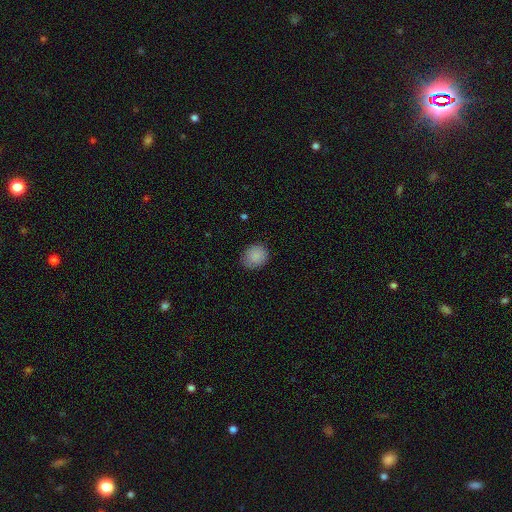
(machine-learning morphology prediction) smooth_or_featured: smooth (p=0.88) [alt: star or artifact p=0.08]
how_rounded: round (p=0.71) [alt: in between p=0.29]
merging: none (p=0.83) [alt: minor disturbance p=0.14]